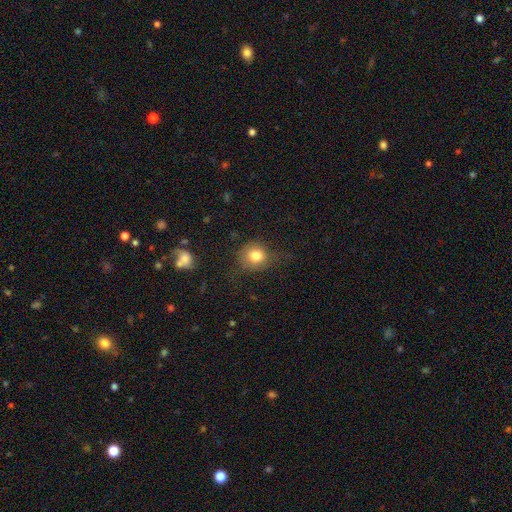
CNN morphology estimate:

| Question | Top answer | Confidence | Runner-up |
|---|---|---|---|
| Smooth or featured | smooth | 80% | star or artifact (11%) |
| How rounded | round | 84% | in between (15%) |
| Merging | none | 68% | minor disturbance (21%) |